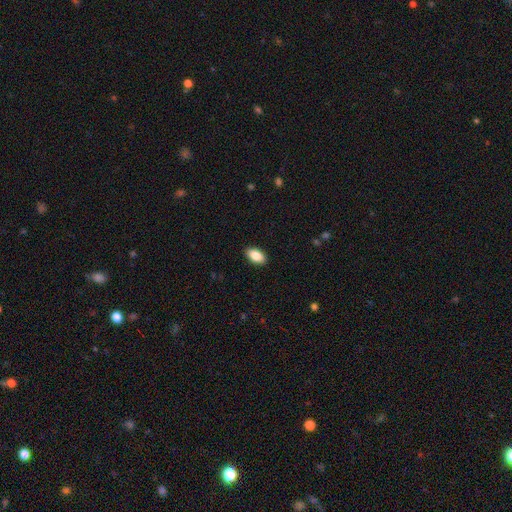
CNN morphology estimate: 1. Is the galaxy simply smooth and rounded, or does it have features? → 87% smooth, 7% star or artifact, 6% featured or disk.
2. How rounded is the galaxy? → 94% in between, 3% round, 3% cigar-shaped.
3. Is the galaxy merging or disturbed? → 90% none, 7% minor disturbance, 2% major disturbance, 1% merger.